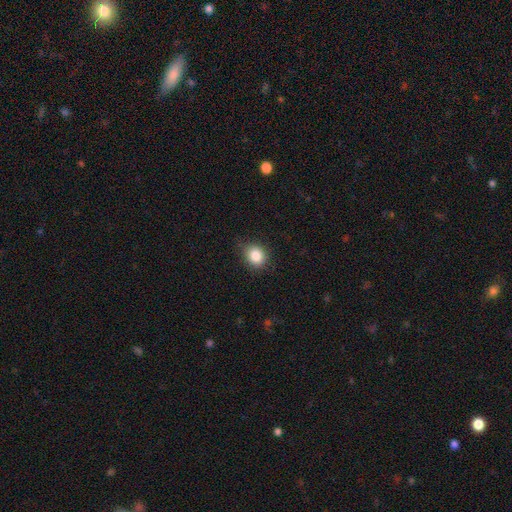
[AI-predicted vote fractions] Smooth or featured? Predicted: smooth (p=0.85). How rounded? Predicted: round (p=0.71). Merging? Predicted: none (p=0.81).